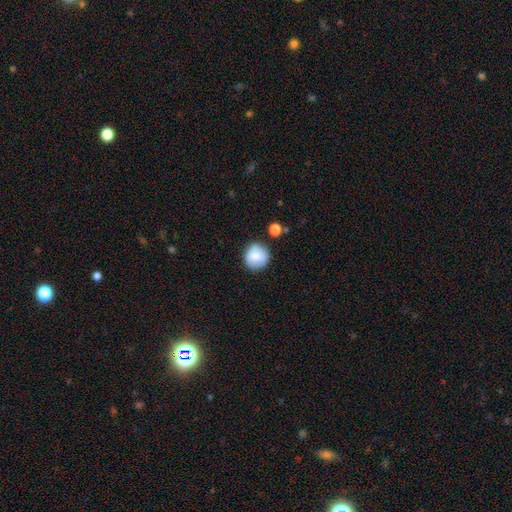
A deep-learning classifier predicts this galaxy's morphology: Smooth or featured? Predicted: smooth (p=0.81). How rounded? Predicted: round (p=0.92). Merging? Predicted: none (p=0.80).